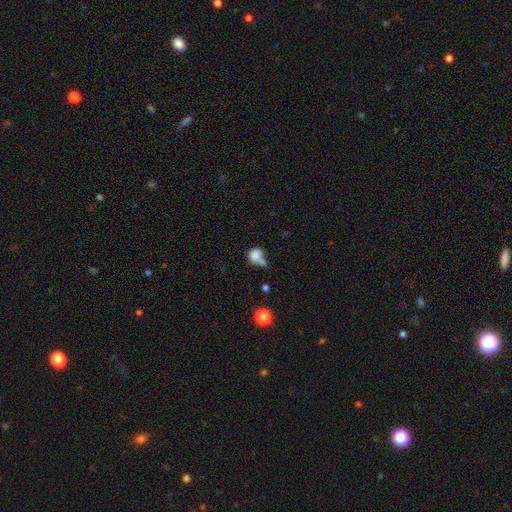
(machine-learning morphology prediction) smooth 79%, star or artifact 11%, featured or disk 10%. Down the decision tree: how rounded — round (68%); merging — merger (41%).